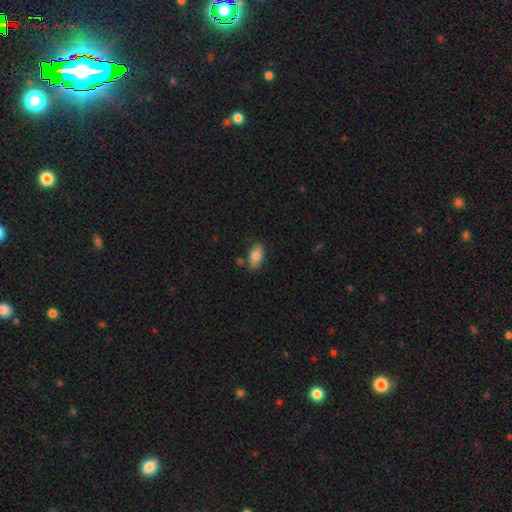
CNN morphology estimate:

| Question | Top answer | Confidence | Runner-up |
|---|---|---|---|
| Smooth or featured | smooth | 82% | featured or disk (11%) |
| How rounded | in between | 91% | cigar-shaped (4%) |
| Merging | none | 76% | minor disturbance (17%) |